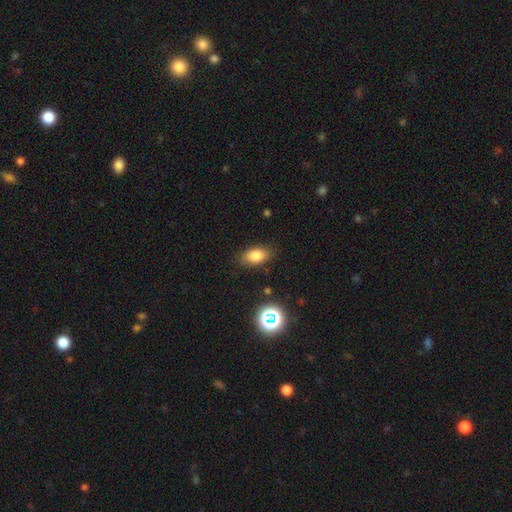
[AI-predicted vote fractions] smooth_or_featured: smooth (p=0.81) [alt: star or artifact p=0.11]
how_rounded: in between (p=0.88) [alt: round p=0.08]
merging: none (p=0.84) [alt: minor disturbance p=0.12]